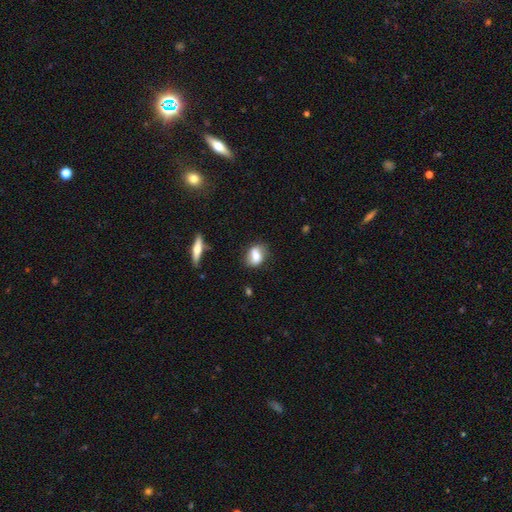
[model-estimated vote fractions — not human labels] A smooth galaxy with no disk features (69%) that is in between round and cigar-shaped (66%). Merging: none (72%).